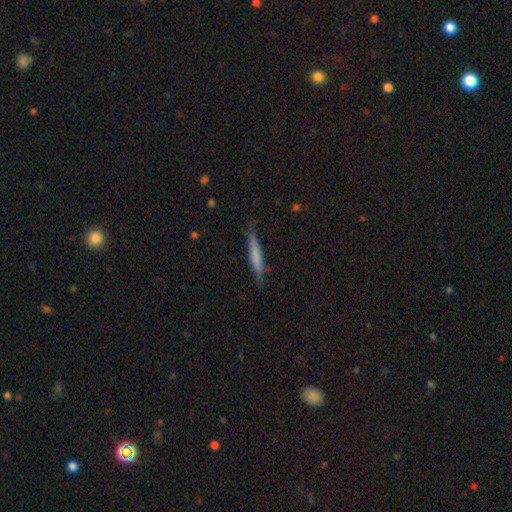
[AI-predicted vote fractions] The model was most divided on "smooth or featured": smooth: 69%, featured or disk: 26%, star or artifact: 6%. More confident: how rounded — cigar-shaped (94%); merging — none (80%).